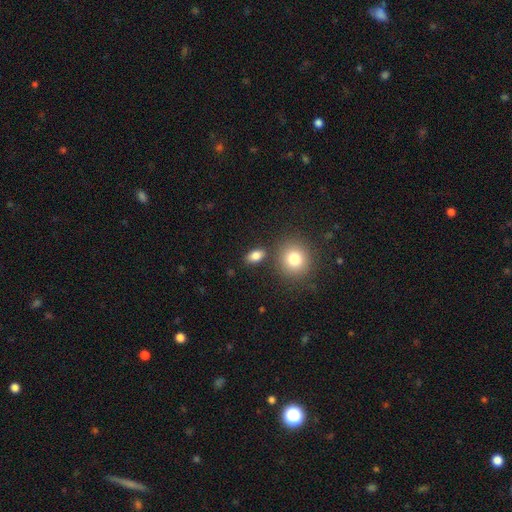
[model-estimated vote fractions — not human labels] The model was most divided on "how rounded": in between: 79%, round: 17%, cigar-shaped: 3%. More confident: smooth or featured — smooth (83%); merging — none (80%).